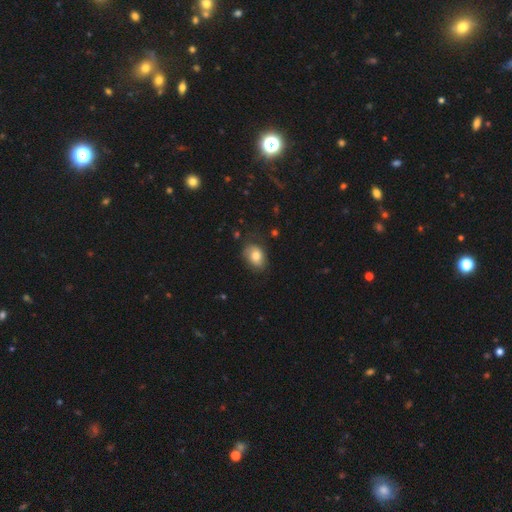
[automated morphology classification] A smooth galaxy with no disk features (76%) that is in between round and cigar-shaped (73%). Merging: none (67%).